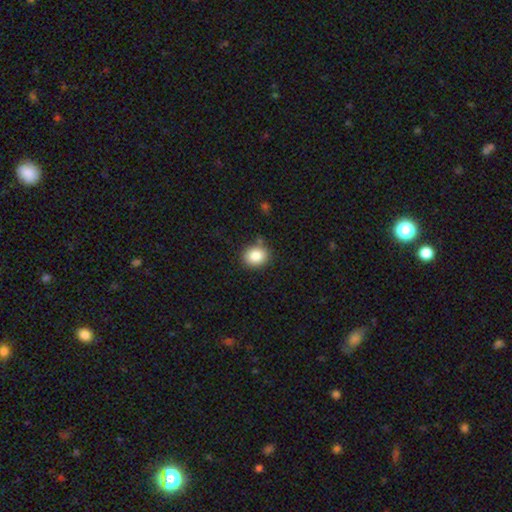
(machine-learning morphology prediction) This appears to be a smooth galaxy with no disk features (85%) that is round (64%). Merging: none (82%).